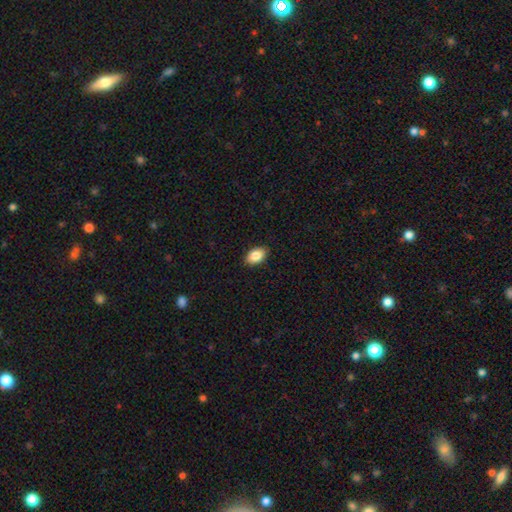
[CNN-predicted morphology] smooth 87%, star or artifact 7%, featured or disk 6%. Down the decision tree: how rounded — in between (91%); merging — none (89%).